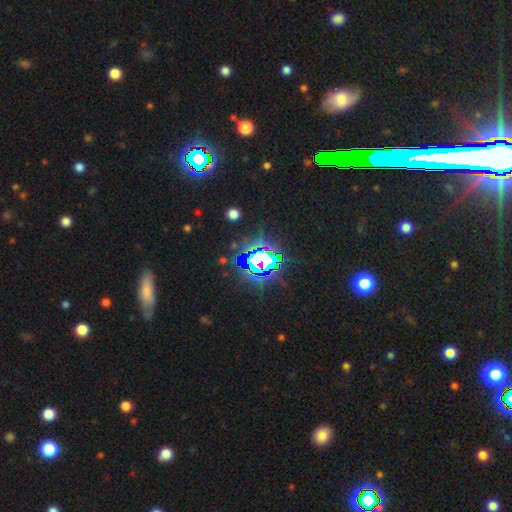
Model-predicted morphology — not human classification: The model was most divided on "smooth or featured": star or artifact: 76%, featured or disk: 13%, smooth: 11%.